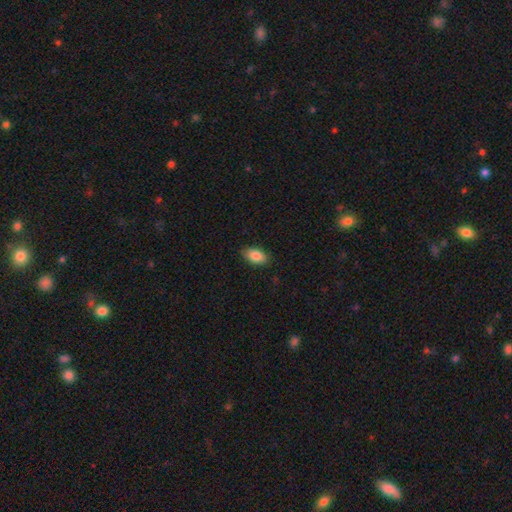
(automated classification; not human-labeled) smooth_or_featured: smooth (p=0.85) [alt: featured or disk p=0.08]
how_rounded: in between (p=0.92) [alt: round p=0.06]
merging: none (p=0.85) [alt: minor disturbance p=0.11]